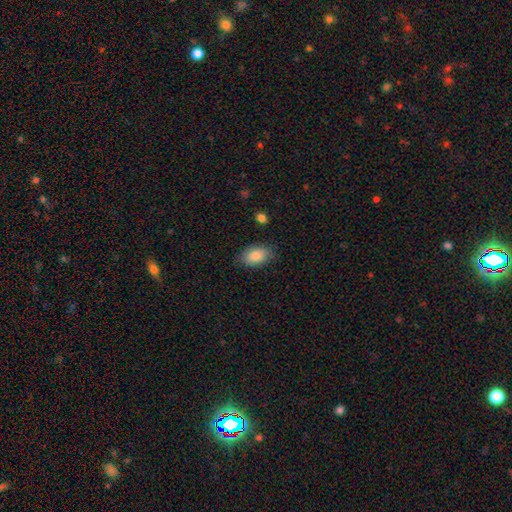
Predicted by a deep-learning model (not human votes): smooth_or_featured: smooth (p=0.86) [alt: star or artifact p=0.07]
how_rounded: in between (p=0.90) [alt: round p=0.08]
merging: none (p=0.83) [alt: minor disturbance p=0.13]